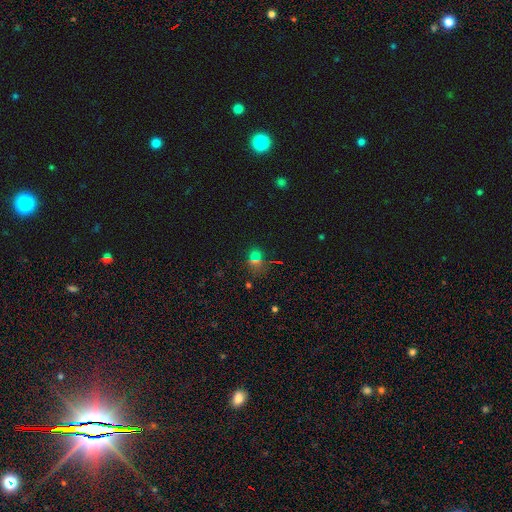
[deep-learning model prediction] smooth-or-featured: smooth: 50% | star or artifact: 39% | featured or disk: 11%
  how-rounded: round: 61% | in between: 36% | cigar-shaped: 3%
  merging: none: 68% | merger: 16% | minor disturbance: 11% | major disturbance: 6%